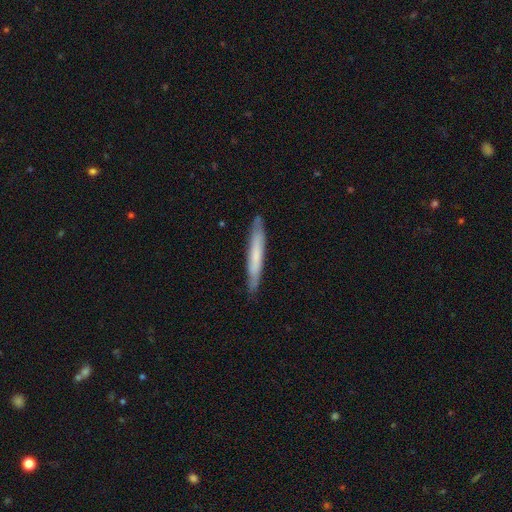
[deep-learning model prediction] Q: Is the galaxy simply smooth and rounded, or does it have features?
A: smooth — 58%.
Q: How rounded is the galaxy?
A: cigar-shaped — 95%.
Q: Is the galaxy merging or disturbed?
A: none — 86%.